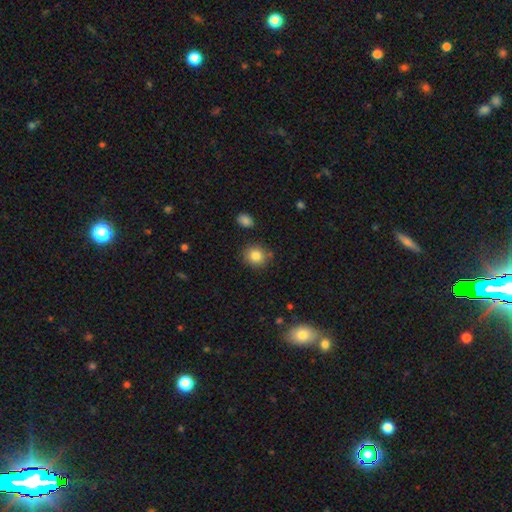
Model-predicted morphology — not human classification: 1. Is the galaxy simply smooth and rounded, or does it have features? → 84% smooth, 10% star or artifact, 6% featured or disk.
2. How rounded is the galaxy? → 83% round, 16% in between, 1% cigar-shaped.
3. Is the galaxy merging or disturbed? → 82% none, 10% minor disturbance, 4% merger, 3% major disturbance.